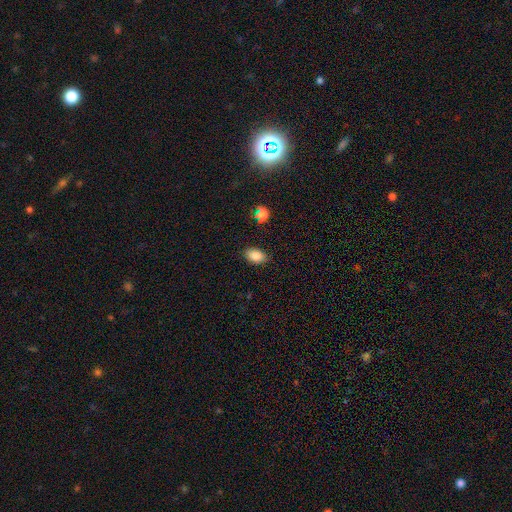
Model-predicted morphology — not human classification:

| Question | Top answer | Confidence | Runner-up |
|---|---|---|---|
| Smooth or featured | smooth | 82% | star or artifact (10%) |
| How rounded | in between | 88% | round (11%) |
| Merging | none | 87% | minor disturbance (10%) |